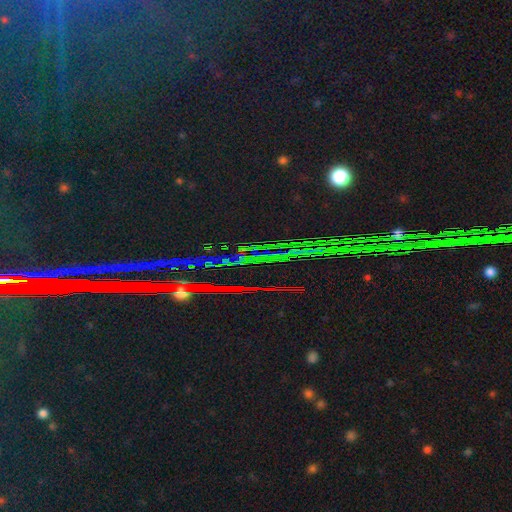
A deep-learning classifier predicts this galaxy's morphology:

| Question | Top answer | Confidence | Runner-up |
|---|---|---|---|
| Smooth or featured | star or artifact | 87% | featured or disk (7%) |